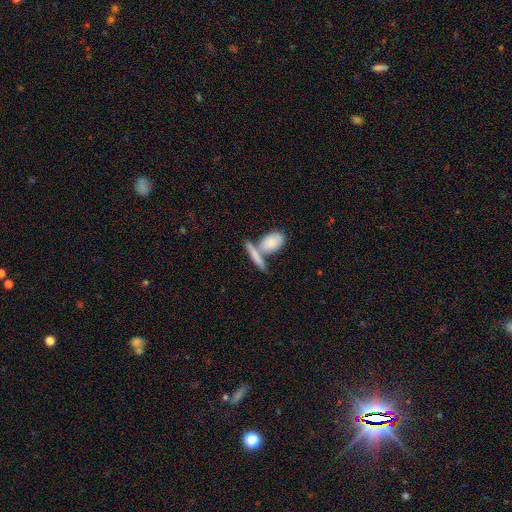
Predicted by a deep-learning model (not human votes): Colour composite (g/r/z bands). It shows a smooth galaxy with no disk features (67%) that is cigar-shaped (51%). Merging: none (45%).